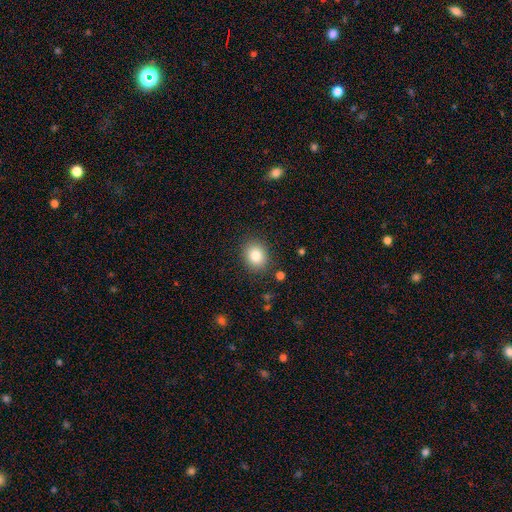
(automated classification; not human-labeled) smooth 83%, star or artifact 10%, featured or disk 7%. Down the decision tree: how rounded — round (63%); merging — none (87%).